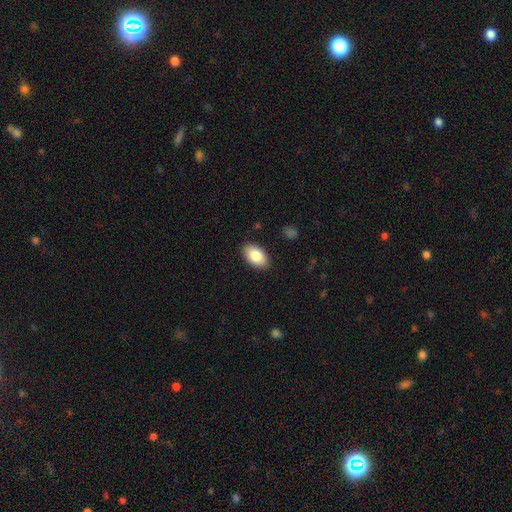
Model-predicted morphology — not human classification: A smooth galaxy with no disk features (85%) that is in between round and cigar-shaped (94%).

Vote fractions:
- Smooth or featured? smooth: 85% / featured or disk: 9% / star or artifact: 6%
- How rounded? in between: 94% / round: 5% / cigar-shaped: 1%
- Merging? none: 88% / minor disturbance: 9% / major disturbance: 2% / merger: 1%